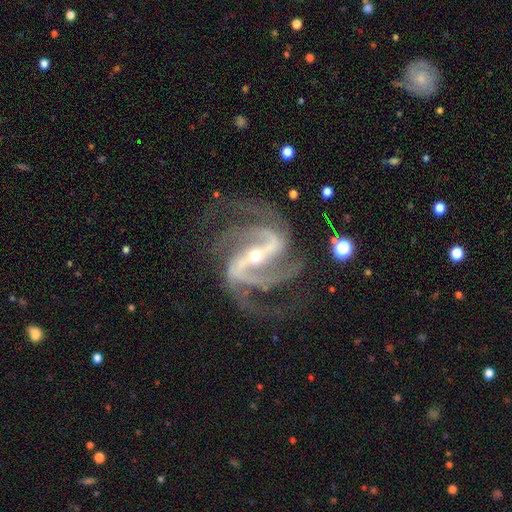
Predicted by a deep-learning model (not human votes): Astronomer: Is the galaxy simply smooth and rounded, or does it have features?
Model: featured or disk — 94%.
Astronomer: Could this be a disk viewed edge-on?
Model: no — 98%.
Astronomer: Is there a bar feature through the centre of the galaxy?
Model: strong — 75%.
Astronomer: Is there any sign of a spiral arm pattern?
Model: yes — 99%.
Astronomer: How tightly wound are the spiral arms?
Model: medium — 60%.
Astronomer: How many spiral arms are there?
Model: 2 — 47% (runner-up: 3, 30%).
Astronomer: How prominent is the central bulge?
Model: small — 71%.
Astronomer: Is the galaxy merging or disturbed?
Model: none — 70%.